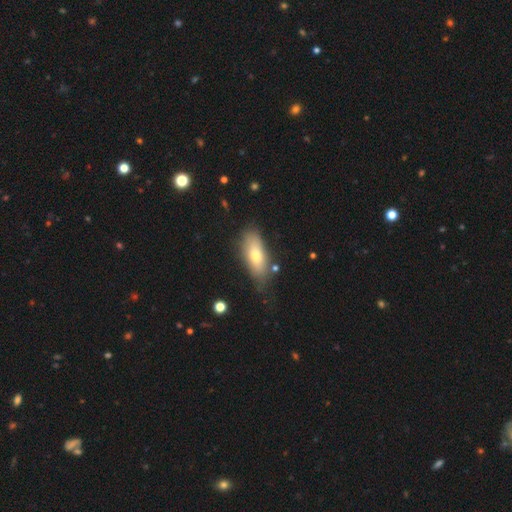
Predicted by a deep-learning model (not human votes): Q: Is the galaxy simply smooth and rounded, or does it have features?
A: smooth — 68%.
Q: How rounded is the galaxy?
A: in between — 77%.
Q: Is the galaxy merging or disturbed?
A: none — 74%.